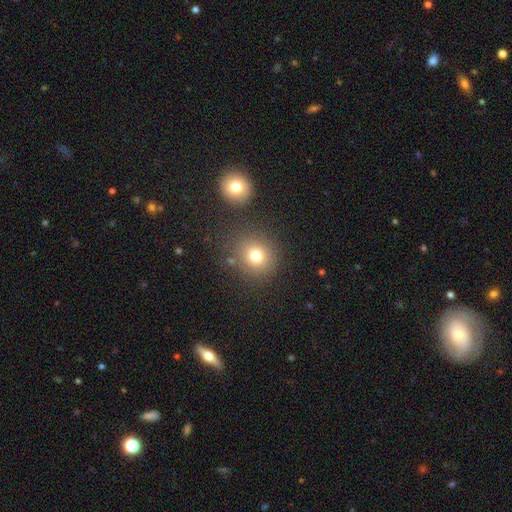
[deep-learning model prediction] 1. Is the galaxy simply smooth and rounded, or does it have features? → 76% smooth, 15% star or artifact, 10% featured or disk.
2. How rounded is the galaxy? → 86% round, 14% in between, 1% cigar-shaped.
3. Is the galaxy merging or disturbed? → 77% none, 10% minor disturbance, 9% merger, 5% major disturbance.